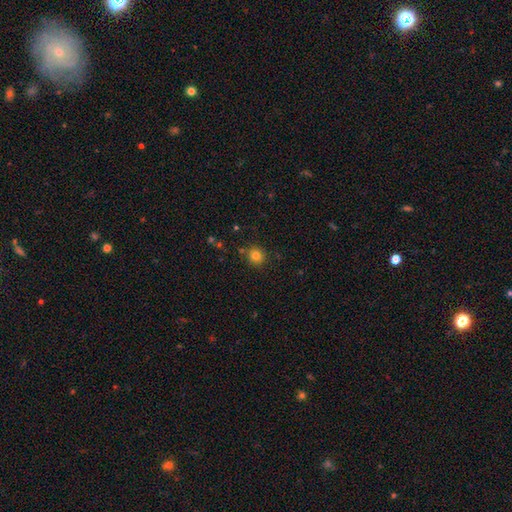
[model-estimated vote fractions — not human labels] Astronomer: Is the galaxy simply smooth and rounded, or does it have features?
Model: smooth — 80%.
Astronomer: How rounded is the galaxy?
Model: round — 92%.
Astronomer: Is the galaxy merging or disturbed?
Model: none — 86%.